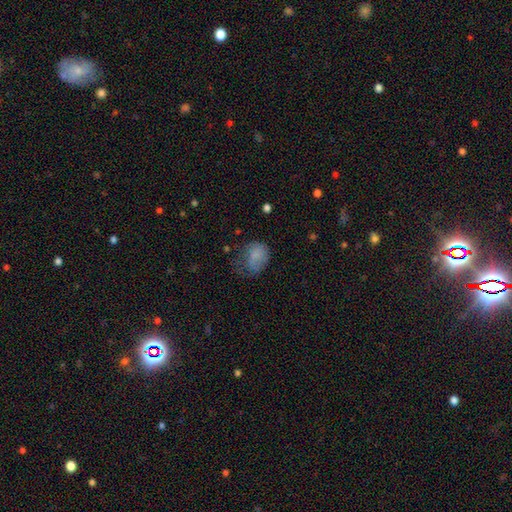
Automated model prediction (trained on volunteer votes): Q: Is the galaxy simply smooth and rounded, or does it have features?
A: smooth — 73%.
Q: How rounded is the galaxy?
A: in between — 57%.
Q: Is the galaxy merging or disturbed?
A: major disturbance — 33%, tied with none.